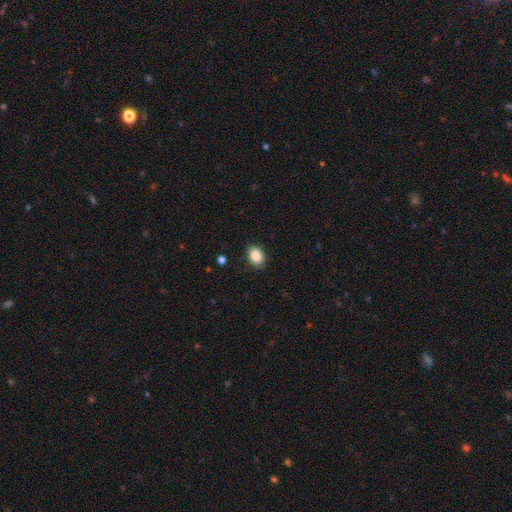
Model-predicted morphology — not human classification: smooth 88%, star or artifact 8%, featured or disk 4%. Down the decision tree: how rounded — in between (71%); merging — none (85%).